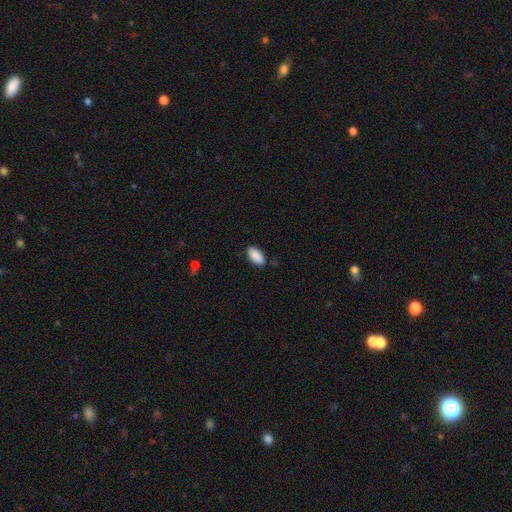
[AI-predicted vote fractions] smooth-or-featured: smooth: 90% | star or artifact: 6% | featured or disk: 3%
  how-rounded: in between: 92% | cigar-shaped: 6% | round: 2%
  merging: none: 86% | minor disturbance: 10% | major disturbance: 2% | merger: 1%